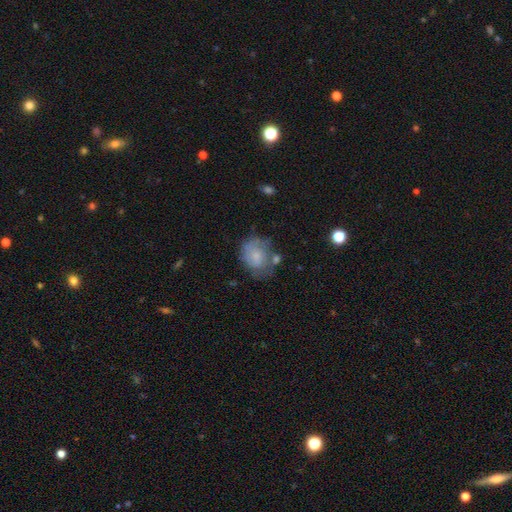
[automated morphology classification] smooth-or-featured: smooth: 63% | featured or disk: 28% | star or artifact: 9%
  how-rounded: round: 57% | in between: 42% | cigar-shaped: 1%
  merging: none: 47% | minor disturbance: 28% | major disturbance: 17% | merger: 8%